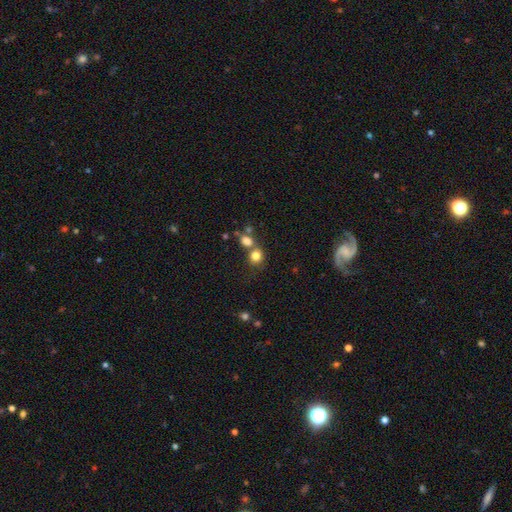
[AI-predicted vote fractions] smooth_or_featured: smooth (p=0.80) [alt: star or artifact p=0.12]
how_rounded: round (p=0.74) [alt: in between p=0.25]
merging: none (p=0.48) [alt: merger p=0.38]